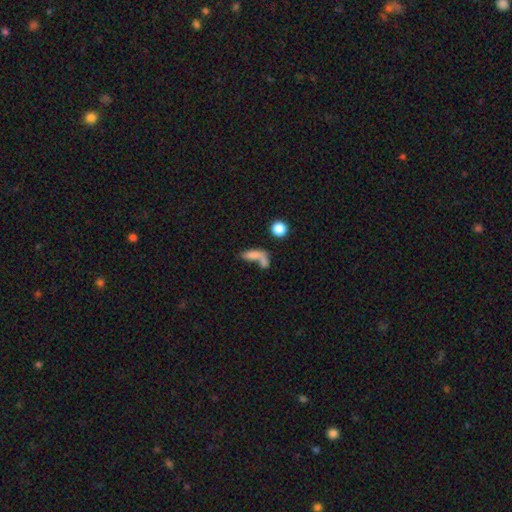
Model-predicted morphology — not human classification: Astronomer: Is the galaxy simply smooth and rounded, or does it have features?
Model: smooth — 71%.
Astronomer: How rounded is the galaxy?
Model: in between — 62%.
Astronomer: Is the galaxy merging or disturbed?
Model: merger — 52% (runner-up: none, 28%).